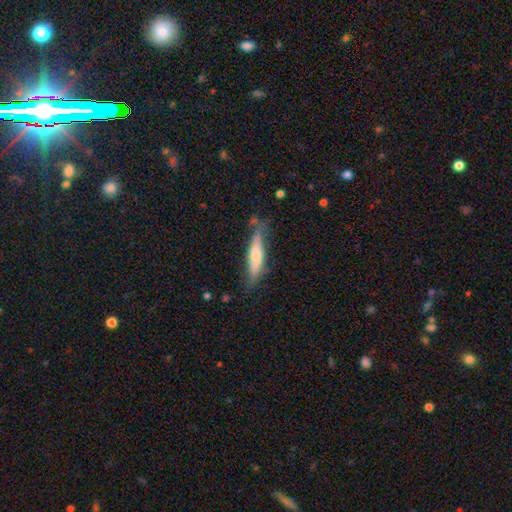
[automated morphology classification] smooth_or_featured: smooth (p=0.64) [alt: featured or disk p=0.30]
how_rounded: cigar-shaped (p=0.81) [alt: in between p=0.18]
merging: none (p=0.66) [alt: minor disturbance p=0.24]